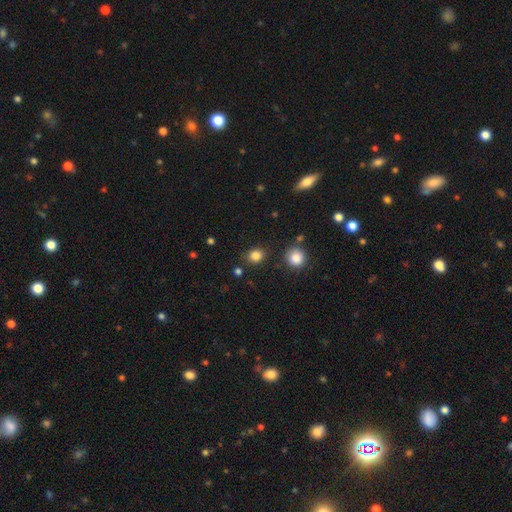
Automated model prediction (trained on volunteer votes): Overall: smooth (83%). How rounded: round (65%; in between 34%). Merging: none (85%).